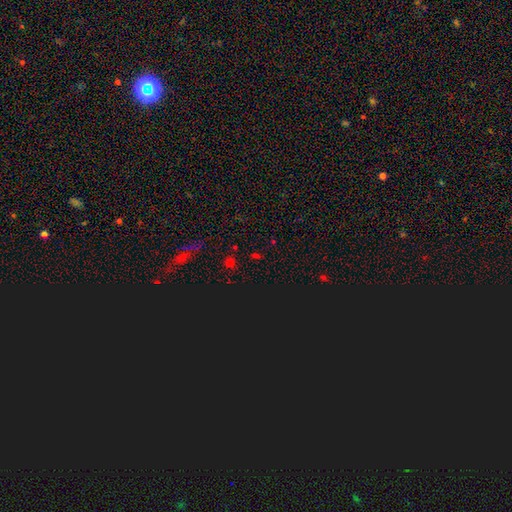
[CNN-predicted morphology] Smooth or featured? Predicted: star or artifact (p=0.57).